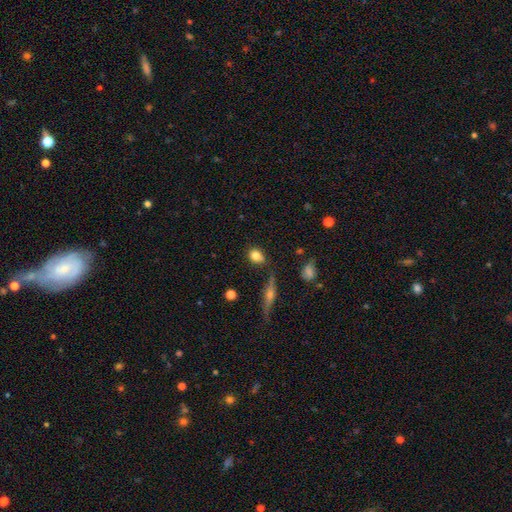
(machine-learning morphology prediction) type=smooth (78%); roundness=in between (48%, tied with round); merging=none (69%).